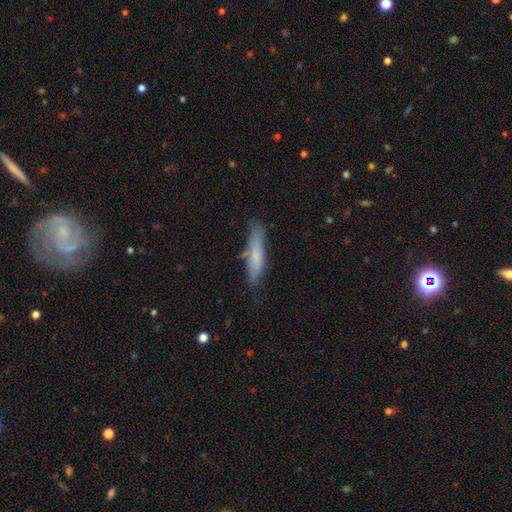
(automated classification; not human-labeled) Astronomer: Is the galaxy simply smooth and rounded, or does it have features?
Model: smooth — 69%.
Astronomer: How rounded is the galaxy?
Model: cigar-shaped — 84%.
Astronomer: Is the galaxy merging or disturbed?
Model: none — 73%.